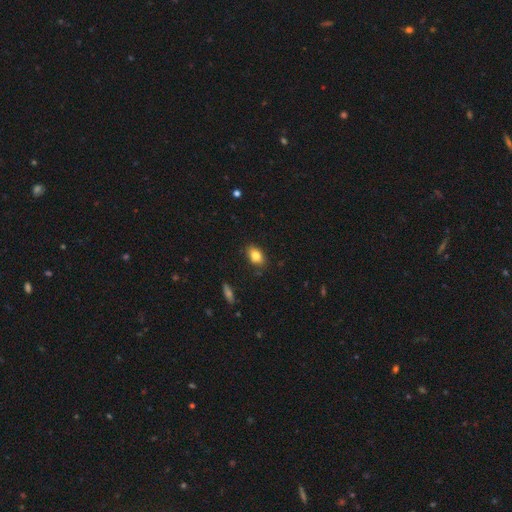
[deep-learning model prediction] A smooth galaxy with no disk features (83%) that is in between round and cigar-shaped (85%).

Vote fractions:
- Smooth or featured? smooth: 83% / featured or disk: 9% / star or artifact: 8%
- How rounded? in between: 85% / round: 13% / cigar-shaped: 2%
- Merging? none: 85% / minor disturbance: 12% / major disturbance: 2% / merger: 1%